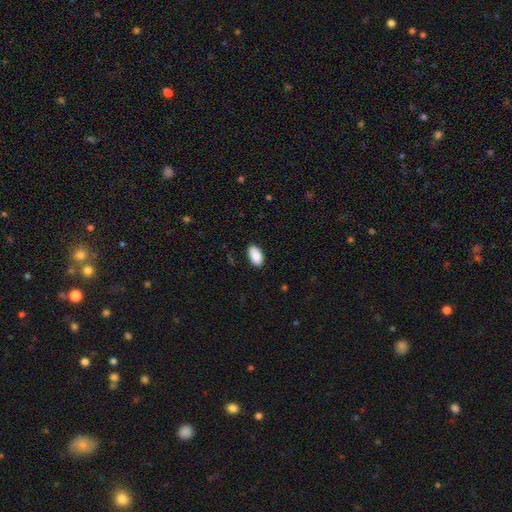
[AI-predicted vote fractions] This appears to be a smooth galaxy with no disk features (89%) that is in between round and cigar-shaped (94%). Merging: none (85%).